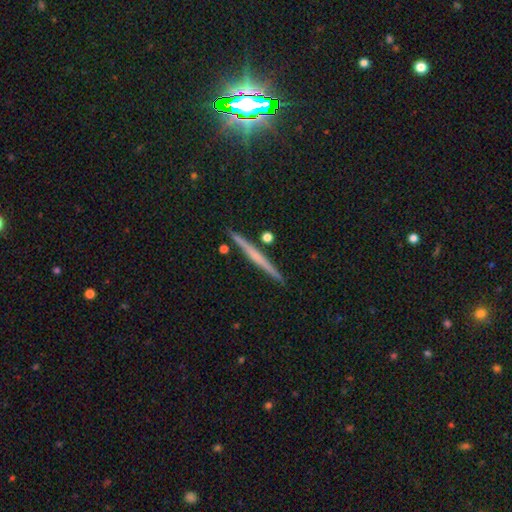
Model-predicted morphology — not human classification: Smooth or featured? featured or disk (56%)
Edge-on disk? yes (98%)
Edge-on bulge? none (72%)
Merging? none (91%)